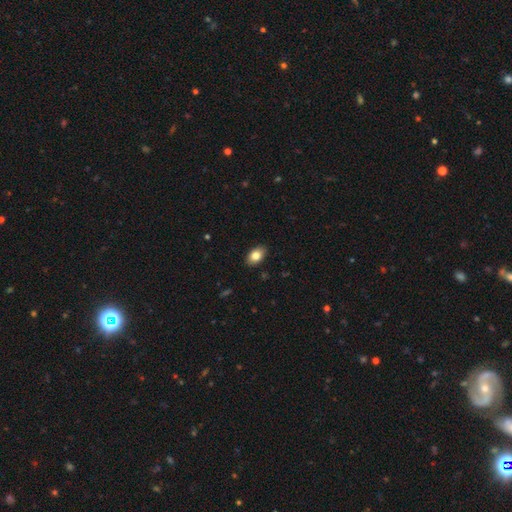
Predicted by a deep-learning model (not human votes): Morphology: type=smooth (82%); roundness=in between (89%); merging=none (89%).